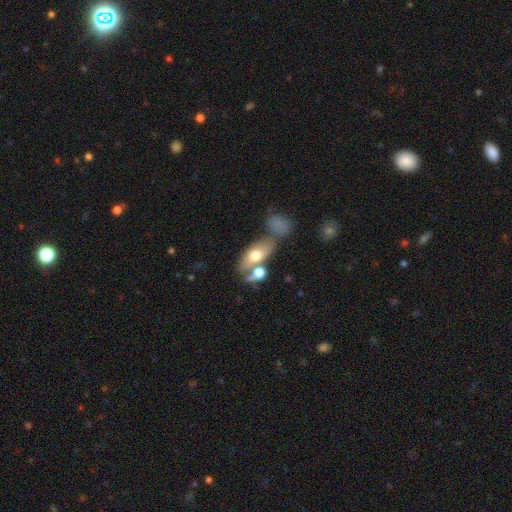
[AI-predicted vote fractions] Morphology: type=smooth (60%); roundness=in between (81%); merging=none (46%).